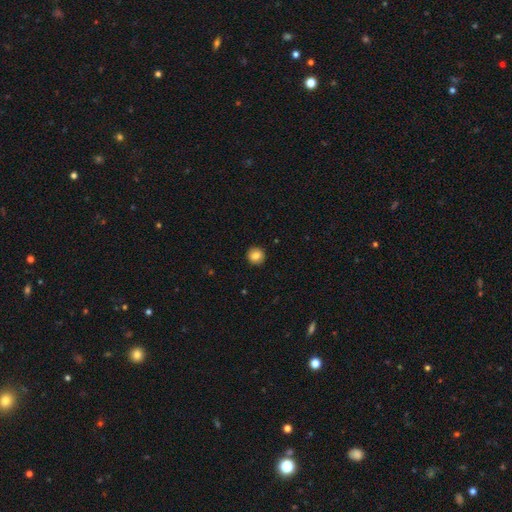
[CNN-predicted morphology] A smooth galaxy with no disk features (84%) that is round (93%). Merging: none (92%).